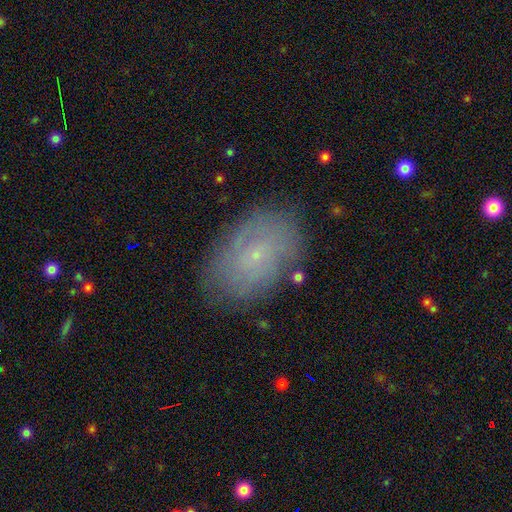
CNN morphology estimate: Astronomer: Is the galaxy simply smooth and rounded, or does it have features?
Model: featured or disk — 53% (runner-up: smooth, 36%).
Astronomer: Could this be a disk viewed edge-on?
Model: no — 95%.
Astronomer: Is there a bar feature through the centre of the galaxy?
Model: no — 78%.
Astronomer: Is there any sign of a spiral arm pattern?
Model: yes — 70%.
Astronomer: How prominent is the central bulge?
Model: small — 87%.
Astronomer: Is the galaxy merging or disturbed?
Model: none — 78%.